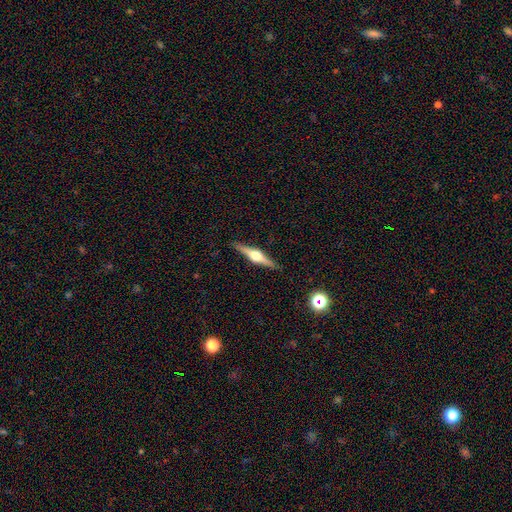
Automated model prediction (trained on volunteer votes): A featured or disk galaxy (78%) viewed edge-on (98%) with a rounded central bulge (95%).

Vote fractions:
- Smooth or featured? featured or disk: 78% / smooth: 17% / star or artifact: 5%
- Edge-on disk? yes: 98% / no: 2%
- Edge-on bulge? rounded: 95% / boxy: 4% / none: 1%
- Merging? none: 91% / minor disturbance: 7% / major disturbance: 1% / merger: 1%